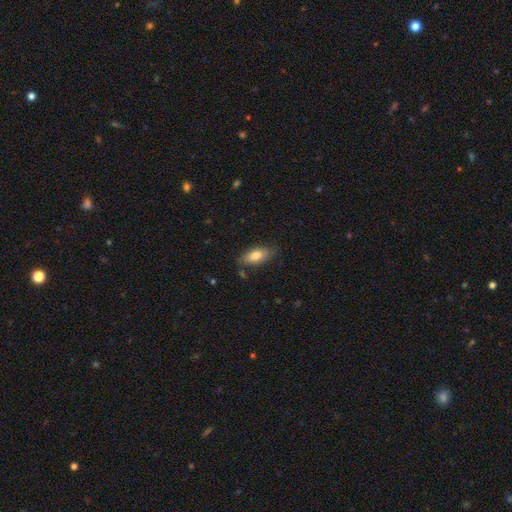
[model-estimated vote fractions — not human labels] Q: Smooth or featured?
A: smooth (77%); runner-up: featured or disk (16%)
Q: How rounded?
A: in between (88%); runner-up: cigar-shaped (9%)
Q: Merging?
A: none (75%); runner-up: minor disturbance (19%)